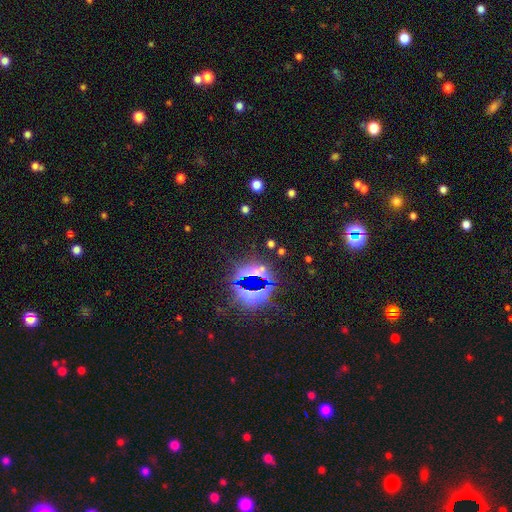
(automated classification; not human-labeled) Smooth or featured? Predicted: star or artifact (p=0.80).